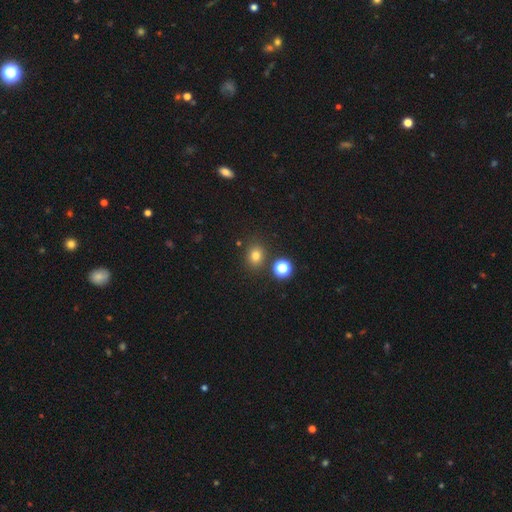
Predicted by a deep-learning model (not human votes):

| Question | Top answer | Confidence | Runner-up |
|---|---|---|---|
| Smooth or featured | smooth | 76% | star or artifact (17%) |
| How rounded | round | 67% | in between (32%) |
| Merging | none | 81% | minor disturbance (9%) |